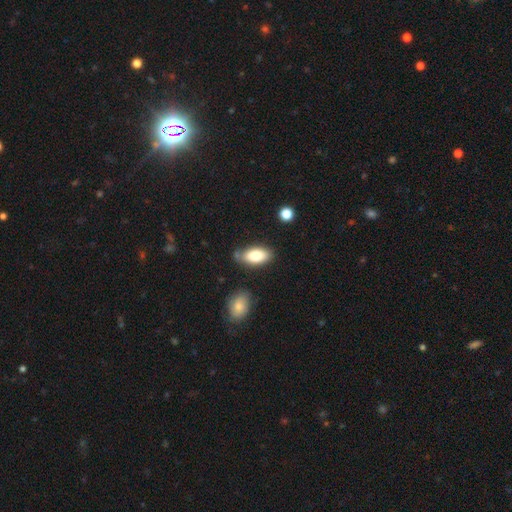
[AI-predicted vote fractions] Smooth or featured? smooth (81%)
How rounded? in between (92%)
Merging? none (72%)